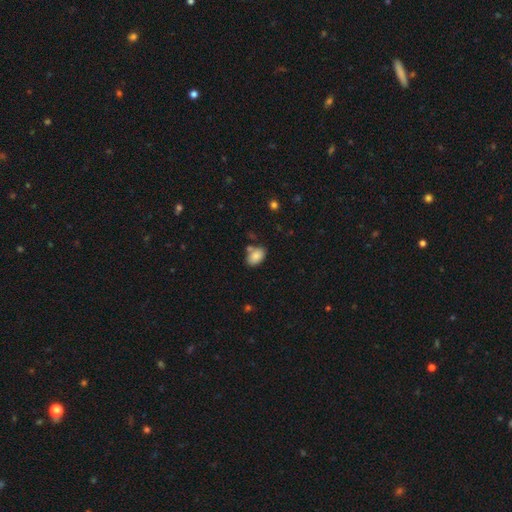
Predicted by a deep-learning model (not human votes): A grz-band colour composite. It shows a smooth galaxy with no disk features (86%) that is in between round and cigar-shaped (89%). Merging: none (67%).